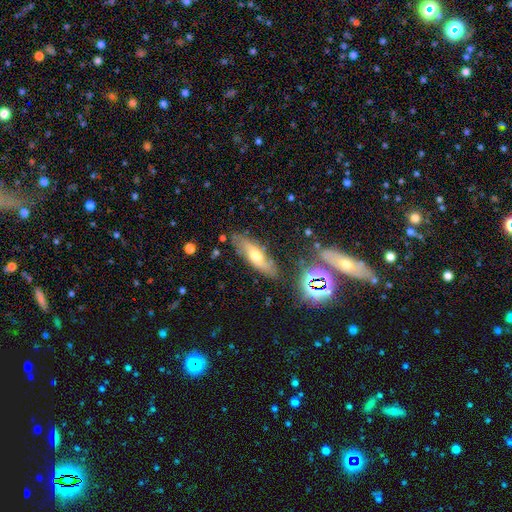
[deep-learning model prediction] Overall: featured or disk (45%; smooth 43%). Merging: none (77%).